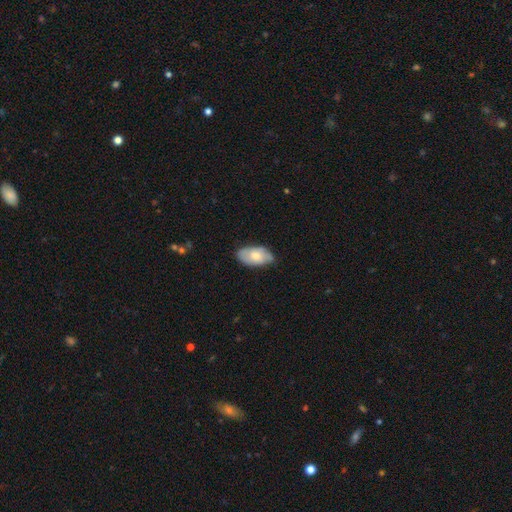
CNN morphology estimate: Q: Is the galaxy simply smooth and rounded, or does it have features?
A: smooth — 67%.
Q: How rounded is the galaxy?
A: in between — 95%.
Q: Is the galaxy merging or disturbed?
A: none — 68%.